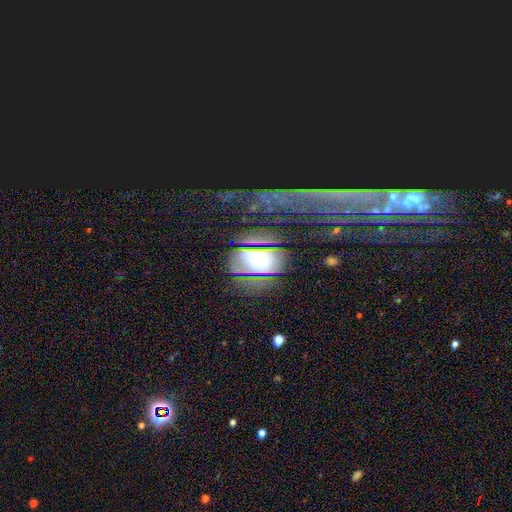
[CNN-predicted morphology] A featured or disk galaxy (49%).

Vote fractions:
- Smooth or featured? featured or disk: 49% / star or artifact: 26% / smooth: 24%
- Merging? none: 57% / minor disturbance: 21% / major disturbance: 18% / merger: 5%